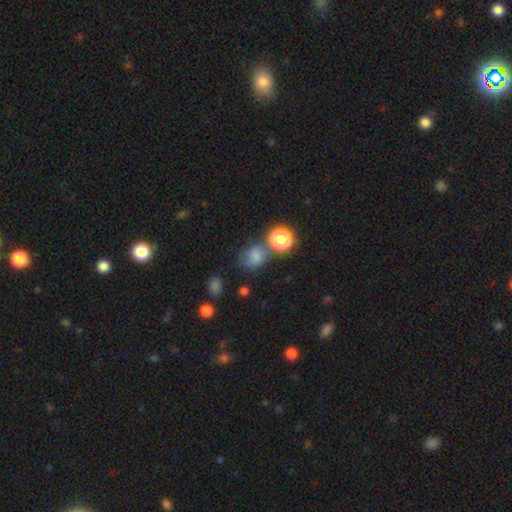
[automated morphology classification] Smooth or featured?
  - smooth: 70% *
  - star or artifact: 21%
  - featured or disk: 10%
How rounded?
  - round: 65% *
  - in between: 34%
  - cigar-shaped: 1%
Merging?
  - none: 53% *
  - merger: 20%
  - minor disturbance: 19%
  - major disturbance: 9%